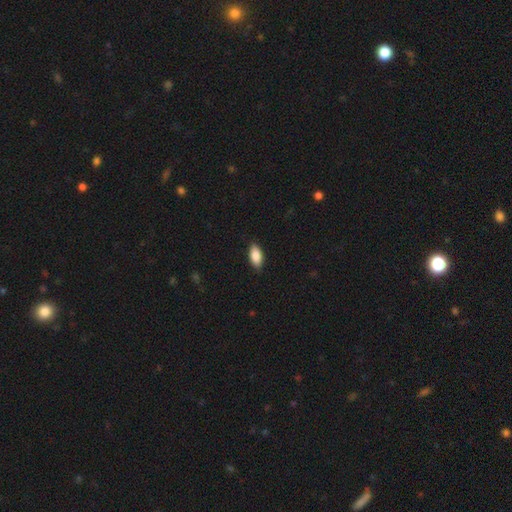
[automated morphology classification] Smooth or featured?
  - smooth: 88% *
  - star or artifact: 6%
  - featured or disk: 6%
How rounded?
  - in between: 90% *
  - cigar-shaped: 7%
  - round: 2%
Merging?
  - none: 87% *
  - minor disturbance: 10%
  - major disturbance: 2%
  - merger: 1%